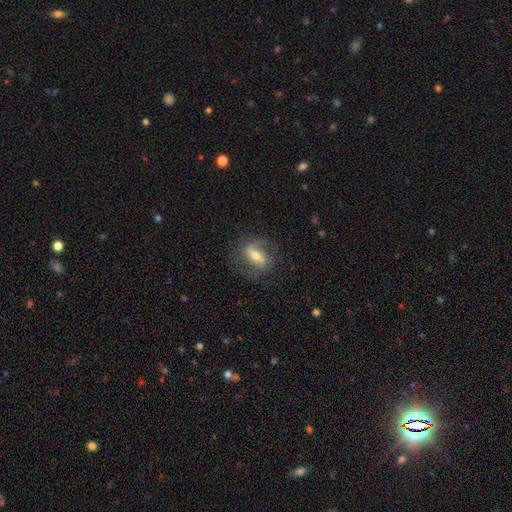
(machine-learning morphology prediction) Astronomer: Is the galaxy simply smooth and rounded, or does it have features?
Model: featured or disk — 68%.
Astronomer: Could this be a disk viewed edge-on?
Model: no — 91%.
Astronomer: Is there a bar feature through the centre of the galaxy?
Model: strong — 46% (runner-up: weak, 37%).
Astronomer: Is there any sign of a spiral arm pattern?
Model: yes — 83%.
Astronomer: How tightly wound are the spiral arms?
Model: medium — 45% (runner-up: loose, 33%).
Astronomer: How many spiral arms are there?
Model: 2 — 77%.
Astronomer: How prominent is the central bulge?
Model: moderate — 58%.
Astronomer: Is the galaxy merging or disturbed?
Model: none — 70%.